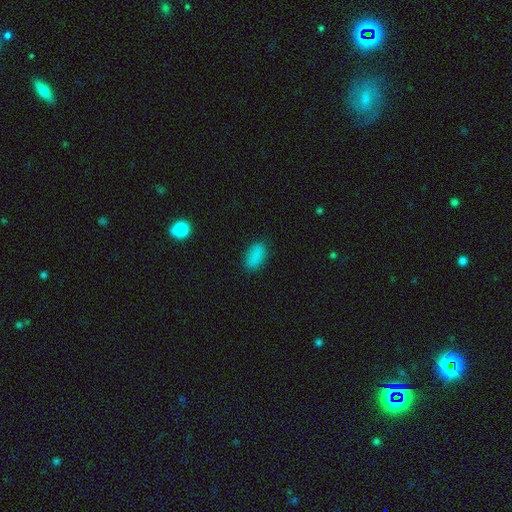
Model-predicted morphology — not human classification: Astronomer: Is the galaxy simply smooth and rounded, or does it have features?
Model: smooth — 86%.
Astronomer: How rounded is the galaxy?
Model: in between — 92%.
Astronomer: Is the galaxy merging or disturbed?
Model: none — 84%.